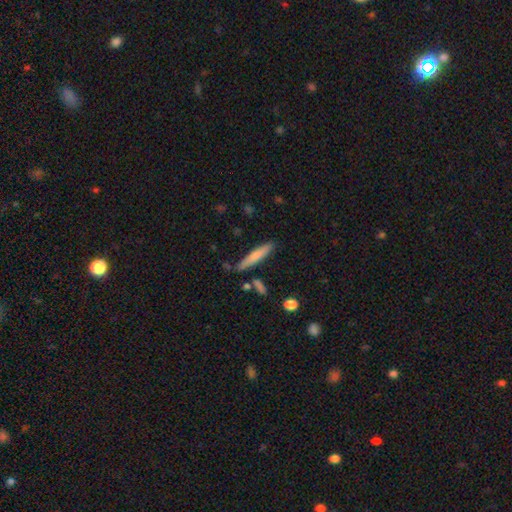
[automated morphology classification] Smooth or featured?
  - smooth: 70% *
  - featured or disk: 23%
  - star or artifact: 6%
How rounded?
  - cigar-shaped: 89% *
  - in between: 9%
  - round: 1%
Merging?
  - none: 79% *
  - minor disturbance: 13%
  - merger: 5%
  - major disturbance: 3%